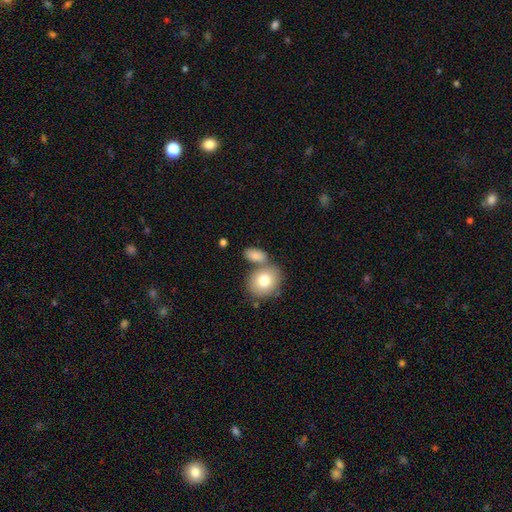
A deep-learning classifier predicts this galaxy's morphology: smooth_or_featured: smooth (p=0.83) [alt: featured or disk p=0.10]
how_rounded: in between (p=0.79) [alt: round p=0.18]
merging: none (p=0.53) [alt: merger p=0.29]